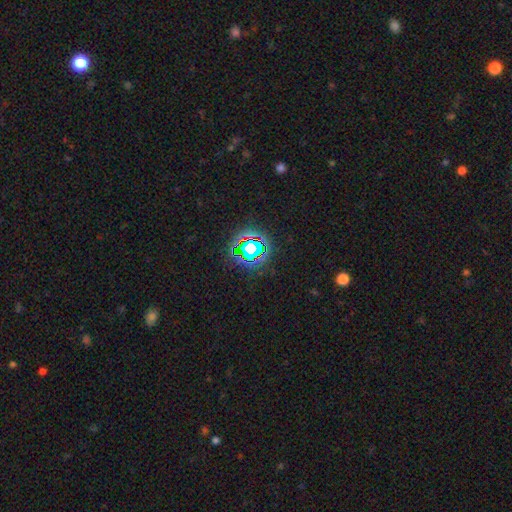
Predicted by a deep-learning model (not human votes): Q: Smooth or featured?
A: star or artifact (74%); runner-up: smooth (15%)